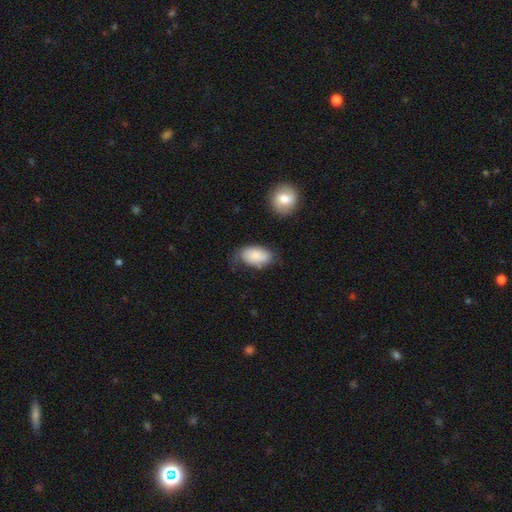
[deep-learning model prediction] Morphology: type=smooth (85%); roundness=in between (94%); merging=none (55%).